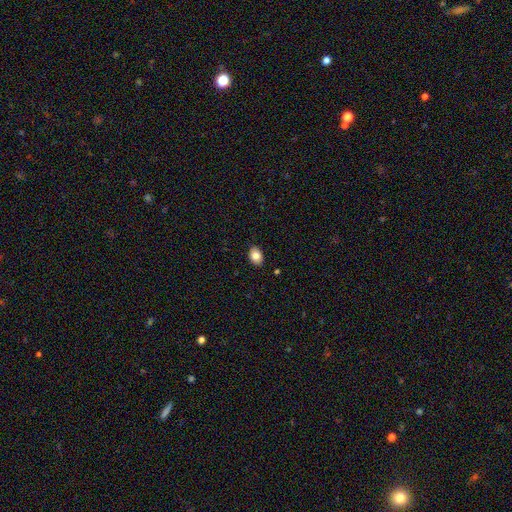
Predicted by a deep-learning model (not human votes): Smooth or featured?
  - smooth: 83% *
  - featured or disk: 8%
  - star or artifact: 8%
How rounded?
  - in between: 78% *
  - round: 21%
  - cigar-shaped: 1%
Merging?
  - none: 88% *
  - minor disturbance: 9%
  - major disturbance: 2%
  - merger: 1%